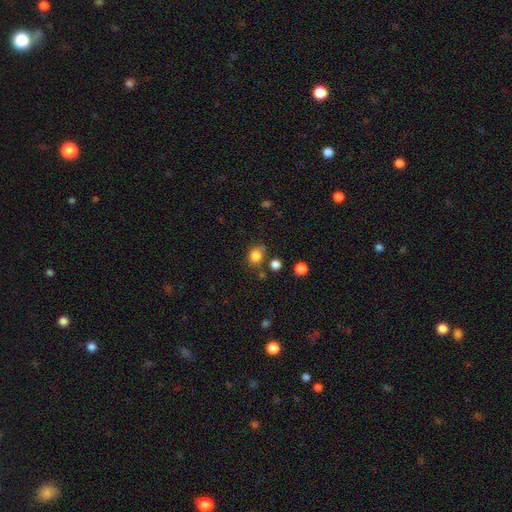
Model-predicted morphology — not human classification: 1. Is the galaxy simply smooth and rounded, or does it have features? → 82% smooth, 12% star or artifact, 6% featured or disk.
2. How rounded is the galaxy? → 65% round, 34% in between, 1% cigar-shaped.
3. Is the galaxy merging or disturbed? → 68% none, 18% minor disturbance, 9% merger, 6% major disturbance.